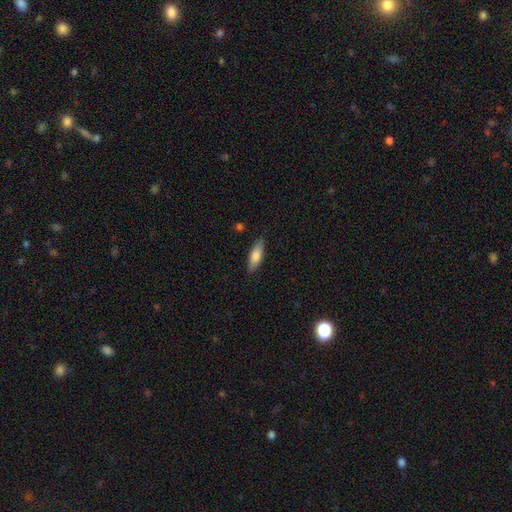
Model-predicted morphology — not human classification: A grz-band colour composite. It shows a smooth galaxy with no disk features (76%) that is in between round and cigar-shaped (52%). Merging: none (85%).